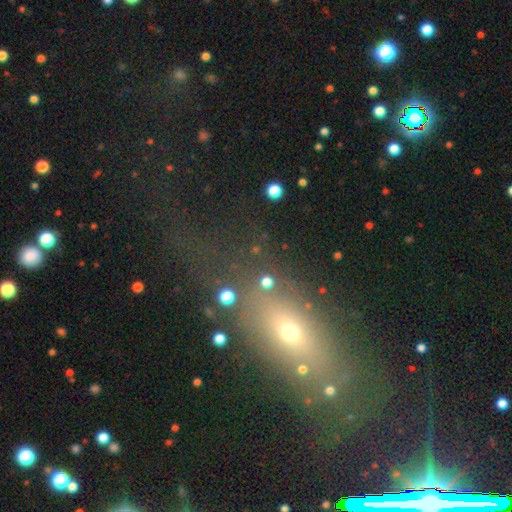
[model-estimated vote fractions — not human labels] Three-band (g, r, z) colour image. It shows a smooth galaxy with no disk features (49%). Merging: none (55%).